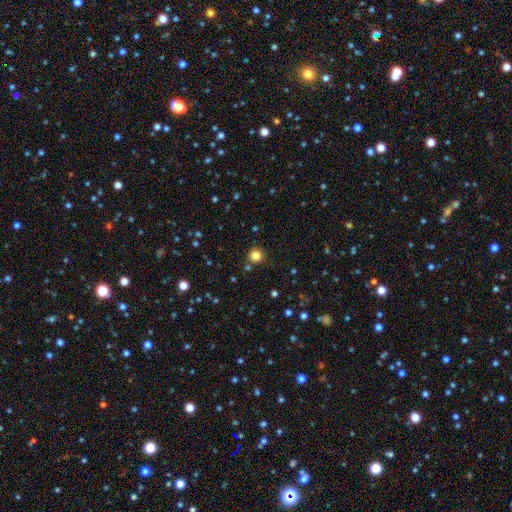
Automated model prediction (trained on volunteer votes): The model was most divided on "smooth or featured": smooth: 82%, star or artifact: 13%, featured or disk: 4%. More confident: how rounded — round (94%); merging — none (87%).